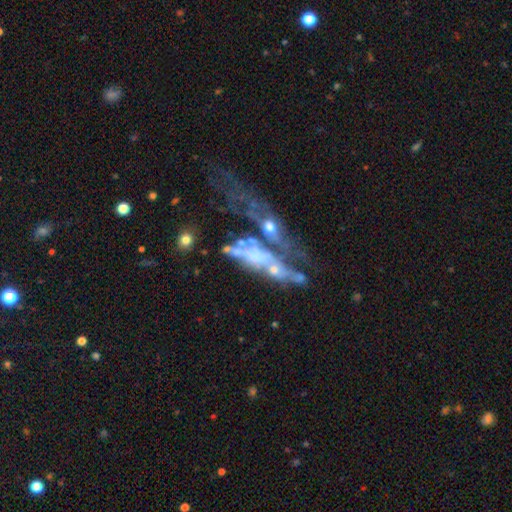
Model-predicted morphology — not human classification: Smooth or featured?
  - featured or disk: 64% *
  - smooth: 21%
  - star or artifact: 14%
Edge-on disk?
  - no: 70% *
  - yes: 30%
Merging?
  - merger: 39% *
  - major disturbance: 33%
  - none: 16%
  - minor disturbance: 11%